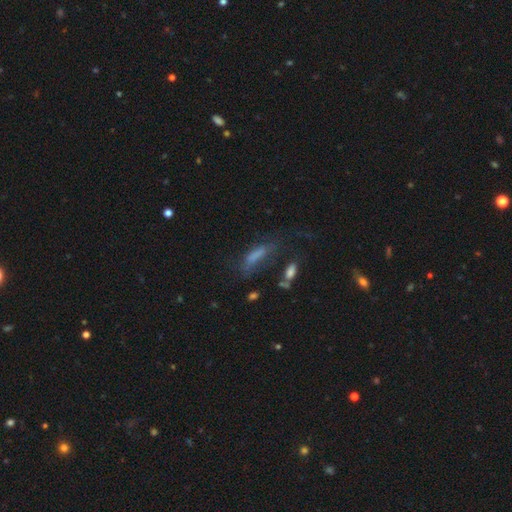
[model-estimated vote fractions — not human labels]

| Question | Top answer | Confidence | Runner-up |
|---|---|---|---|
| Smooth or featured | smooth | 61% | featured or disk (24%) |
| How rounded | cigar-shaped | 54% | in between (42%) |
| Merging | none | 38% | major disturbance (31%) |